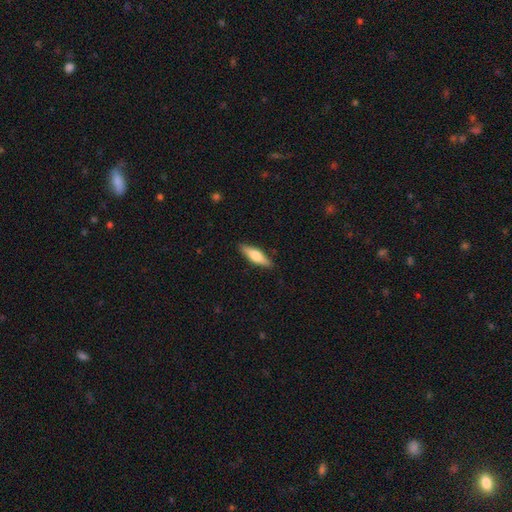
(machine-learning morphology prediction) Smooth or featured? Predicted: smooth (p=0.57). How rounded? Predicted: cigar-shaped (p=0.56). Merging? Predicted: none (p=0.89).